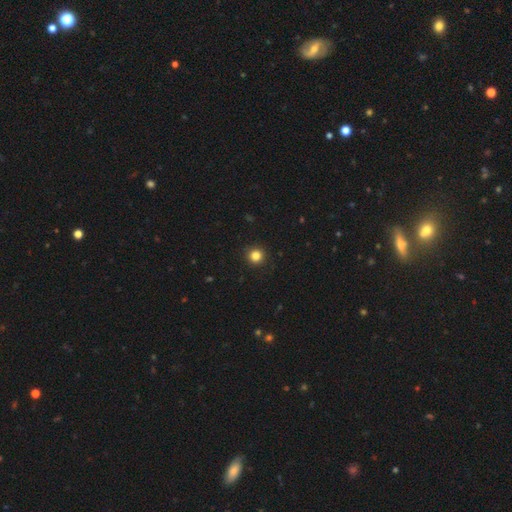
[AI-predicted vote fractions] Q: Smooth or featured?
A: smooth (83%); runner-up: star or artifact (13%)
Q: How rounded?
A: round (96%); runner-up: in between (4%)
Q: Merging?
A: none (93%); runner-up: minor disturbance (4%)